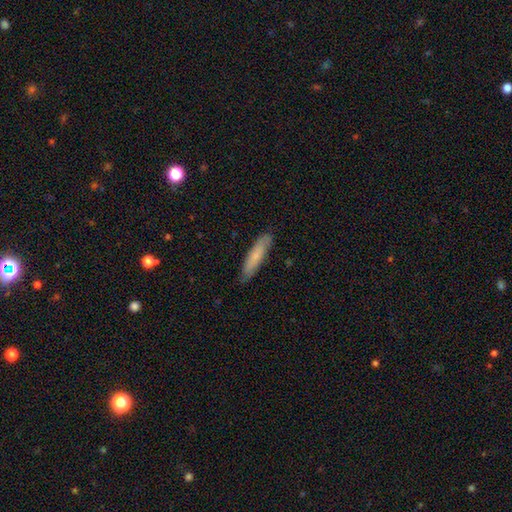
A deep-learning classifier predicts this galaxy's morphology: This appears to be a smooth galaxy with no disk features (72%) that is cigar-shaped (81%). Merging: none (83%).